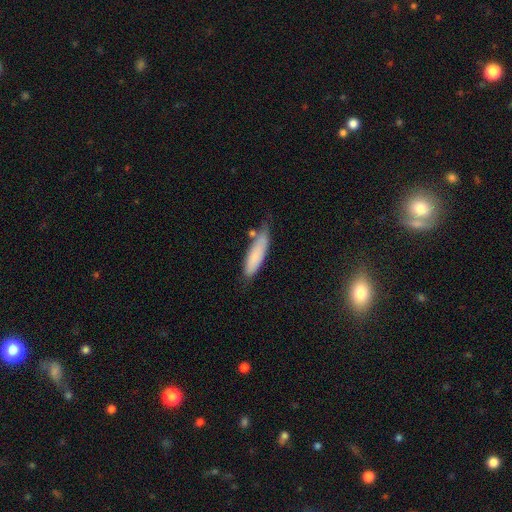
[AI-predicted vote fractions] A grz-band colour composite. It shows a smooth galaxy with no disk features (81%) that is cigar-shaped (62%). Merging: none (60%).